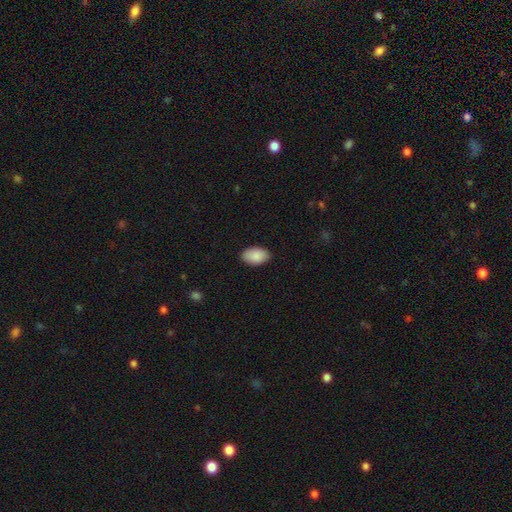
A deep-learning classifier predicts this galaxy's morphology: Q: Smooth or featured?
A: smooth (90%); runner-up: star or artifact (6%)
Q: How rounded?
A: in between (92%); runner-up: round (6%)
Q: Merging?
A: none (88%); runner-up: minor disturbance (9%)